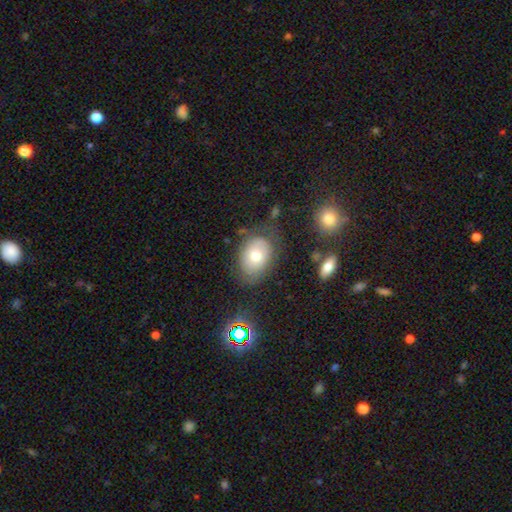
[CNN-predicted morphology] Q: Smooth or featured?
A: smooth (68%); runner-up: featured or disk (22%)
Q: How rounded?
A: in between (72%); runner-up: round (27%)
Q: Merging?
A: none (65%); runner-up: minor disturbance (22%)